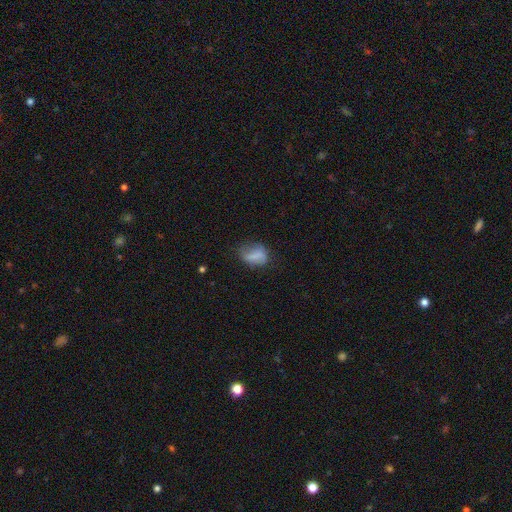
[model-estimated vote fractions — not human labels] This is likely a smooth galaxy (65%). How rounded: likely in between (73%). Merging: possibly none (52%).